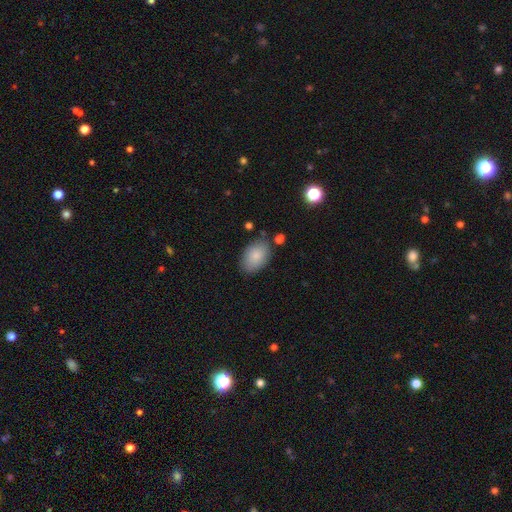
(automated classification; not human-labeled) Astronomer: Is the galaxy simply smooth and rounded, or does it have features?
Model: smooth — 85%.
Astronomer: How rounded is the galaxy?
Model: in between — 90%.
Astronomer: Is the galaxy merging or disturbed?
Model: none — 80%.